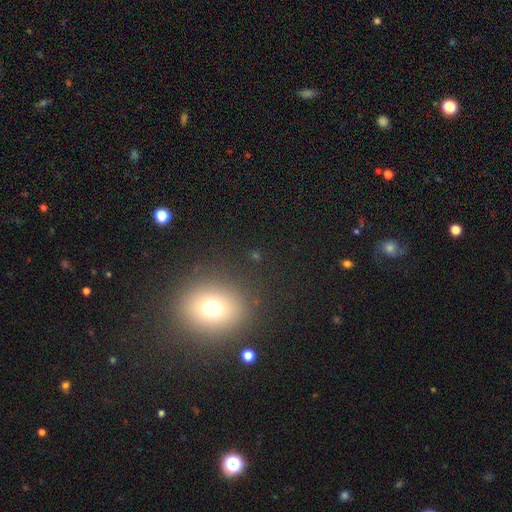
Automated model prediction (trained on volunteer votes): Smooth or featured: smooth — 60% (star or artifact — 29%)
How rounded: round — 75% (in between — 23%)
Merging: none — 85% (minor disturbance — 8%)